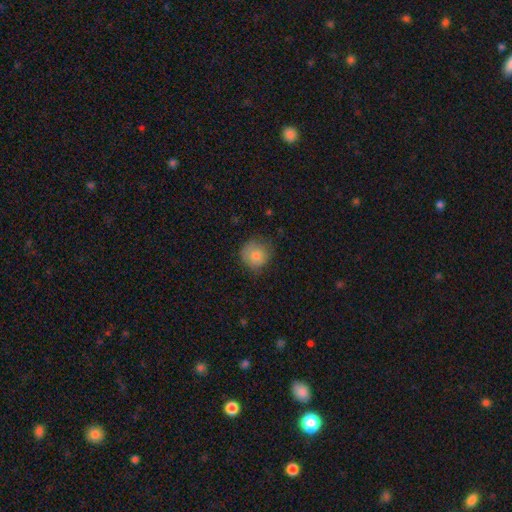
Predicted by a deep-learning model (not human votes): smooth-or-featured: smooth: 81% | featured or disk: 11% | star or artifact: 9%
  how-rounded: round: 89% | in between: 10% | cigar-shaped: 1%
  merging: none: 70% | minor disturbance: 22% | major disturbance: 6% | merger: 1%